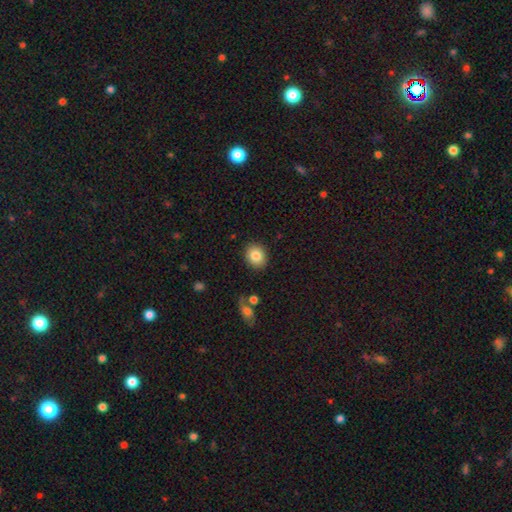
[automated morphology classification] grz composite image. It shows a smooth galaxy with no disk features (83%) that is round (66%). Merging: none (88%).